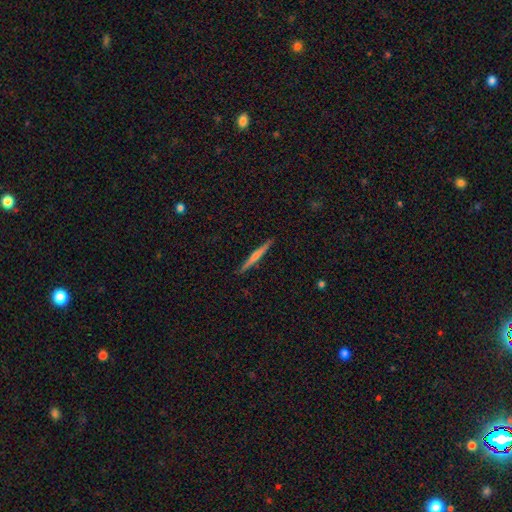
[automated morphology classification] type=featured or disk (57%); edge-on=yes (98%); edge-on bulge=rounded (56%); merging=none (91%).